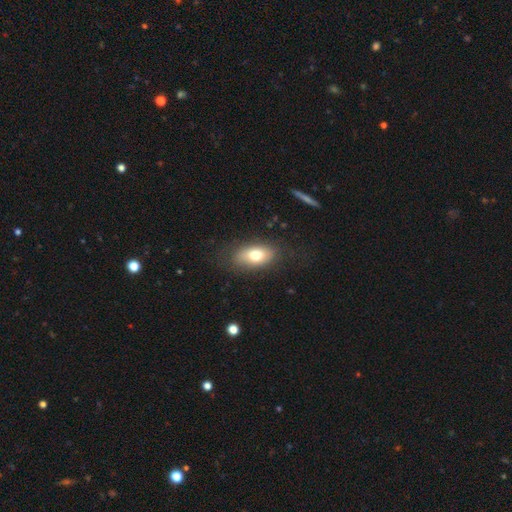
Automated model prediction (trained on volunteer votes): Smooth or featured? Predicted: smooth (p=0.72). How rounded? Predicted: in between (p=0.88). Merging? Predicted: none (p=0.79).